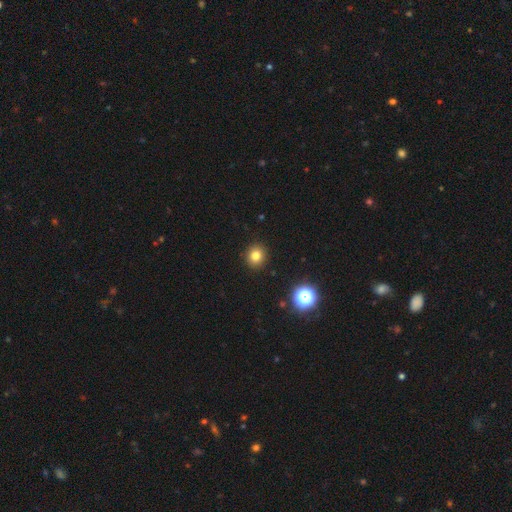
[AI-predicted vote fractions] Smooth or featured?
  - smooth: 80% *
  - star or artifact: 14%
  - featured or disk: 6%
How rounded?
  - round: 87% *
  - in between: 12%
  - cigar-shaped: 1%
Merging?
  - none: 92% *
  - minor disturbance: 5%
  - major disturbance: 2%
  - merger: 1%